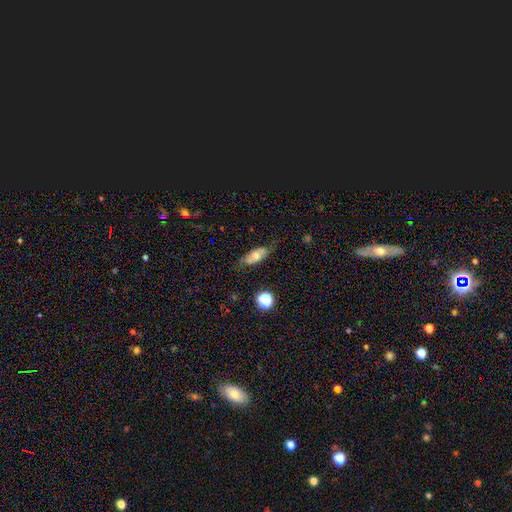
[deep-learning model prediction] A smooth galaxy with no disk features (52%) that is in between round and cigar-shaped (75%).

Vote fractions:
- Smooth or featured? smooth: 52% / featured or disk: 38% / star or artifact: 10%
- How rounded? in between: 75% / cigar-shaped: 19% / round: 6%
- Merging? none: 68% / minor disturbance: 23% / major disturbance: 7% / merger: 2%